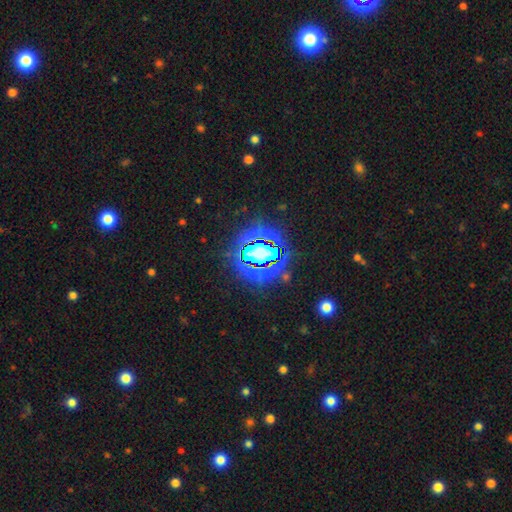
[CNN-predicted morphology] A star or artifact, not a galaxy (82%).

Vote fractions:
- Smooth or featured? star or artifact: 82% / smooth: 11% / featured or disk: 7%